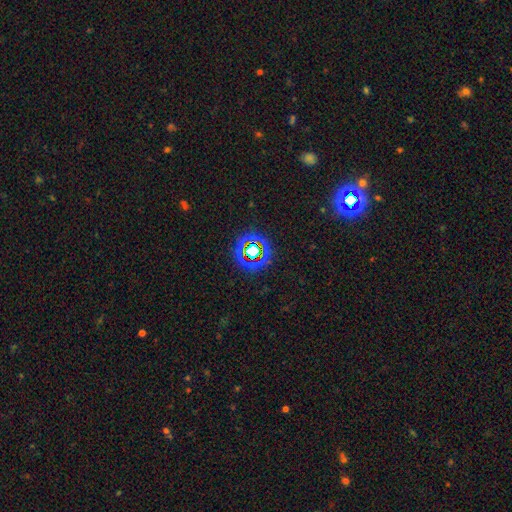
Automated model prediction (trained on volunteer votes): Smooth or featured? Predicted: star or artifact (p=0.71).